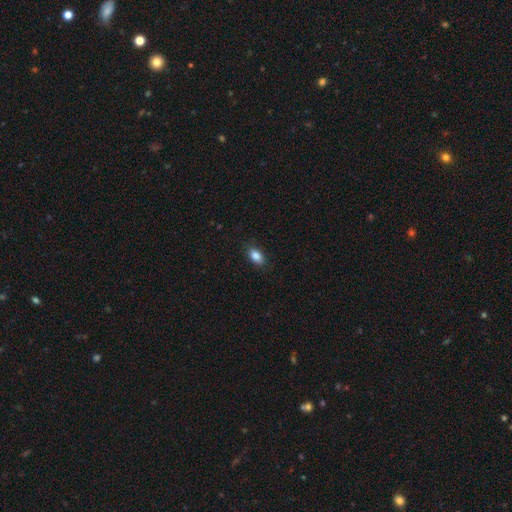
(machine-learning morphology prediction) A smooth galaxy with no disk features (87%) that is in between round and cigar-shaped (89%).

Vote fractions:
- Smooth or featured? smooth: 87% / star or artifact: 8% / featured or disk: 5%
- How rounded? in between: 89% / round: 7% / cigar-shaped: 4%
- Merging? none: 86% / minor disturbance: 11% / major disturbance: 3% / merger: 1%